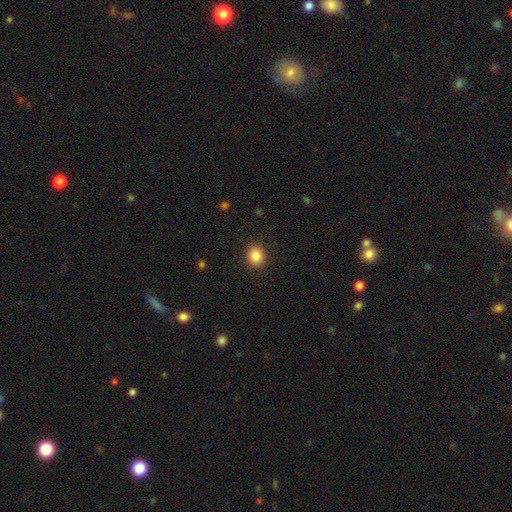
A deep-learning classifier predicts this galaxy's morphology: The model was most divided on "how rounded": round: 74%, in between: 25%, cigar-shaped: 1%. More confident: merging — none (91%); smooth or featured — smooth (85%).